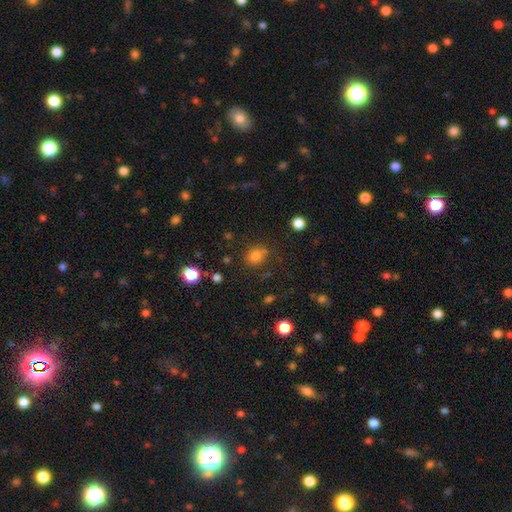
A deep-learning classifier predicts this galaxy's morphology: Q: Smooth or featured?
A: smooth (76%); runner-up: star or artifact (17%)
Q: How rounded?
A: round (63%); runner-up: in between (36%)
Q: Merging?
A: none (69%); runner-up: minor disturbance (16%)